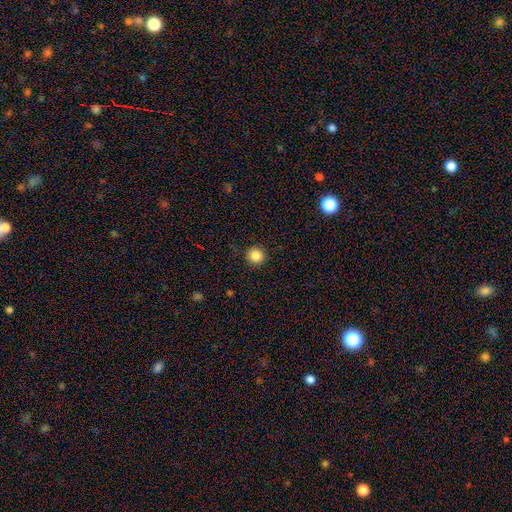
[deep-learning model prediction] smooth 86%, star or artifact 11%, featured or disk 3%. Down the decision tree: how rounded — round (95%); merging — none (92%).